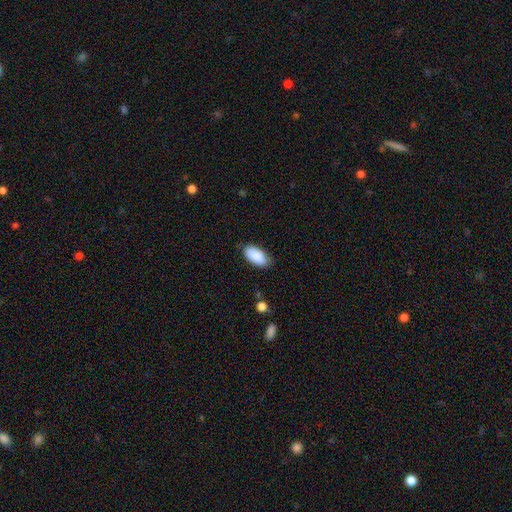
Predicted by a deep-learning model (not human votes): Smooth or featured?
  - smooth: 89% *
  - star or artifact: 6%
  - featured or disk: 5%
How rounded?
  - in between: 94% *
  - cigar-shaped: 4%
  - round: 2%
Merging?
  - none: 78% *
  - minor disturbance: 18%
  - major disturbance: 3%
  - merger: 1%